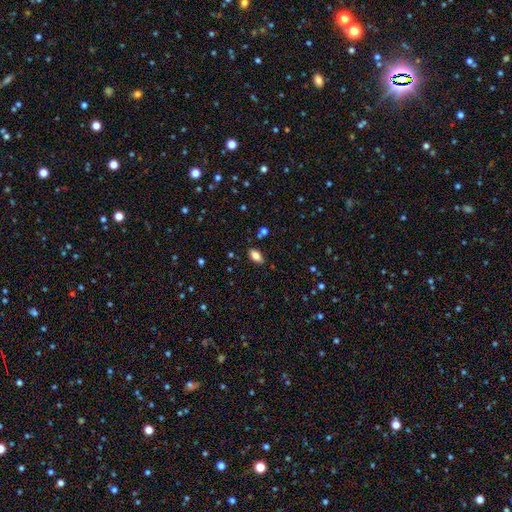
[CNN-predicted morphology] A smooth galaxy with no disk features (83%) that is in between round and cigar-shaped (91%). Merging: none (83%).